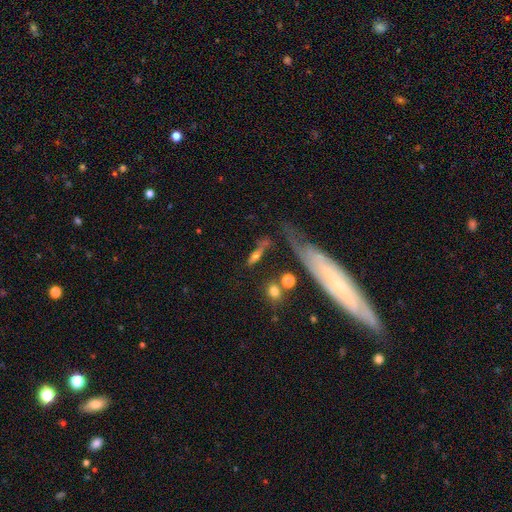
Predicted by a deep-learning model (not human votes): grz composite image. It shows a featured or disk galaxy (45%). Merging: none (49%).